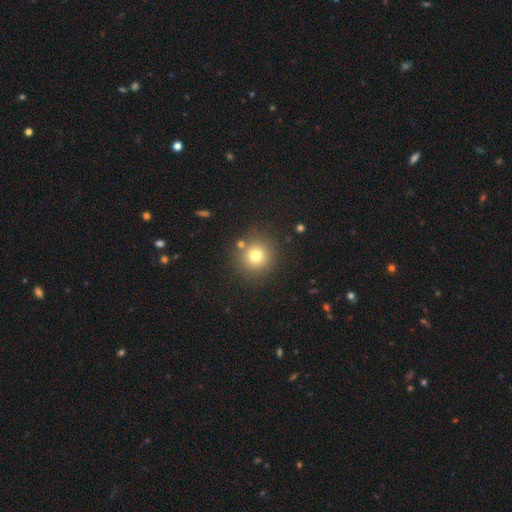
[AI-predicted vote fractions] The model was most divided on "smooth or featured": smooth: 75%, star or artifact: 15%, featured or disk: 10%. More confident: how rounded — round (93%); merging — none (84%).